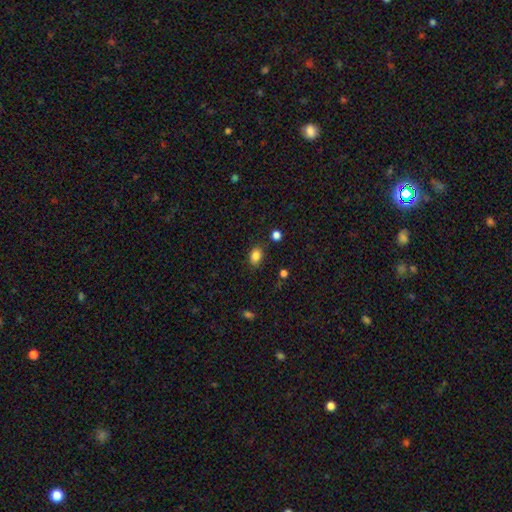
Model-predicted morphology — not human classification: type=smooth (84%); roundness=in between (73%); merging=none (81%).